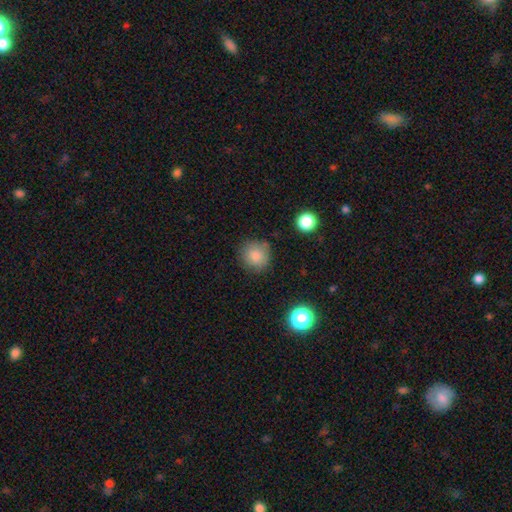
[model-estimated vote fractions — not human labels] A smooth galaxy with no disk features (84%) that is round (91%).

Vote fractions:
- Smooth or featured? smooth: 84% / star or artifact: 10% / featured or disk: 6%
- How rounded? round: 91% / in between: 8% / cigar-shaped: 1%
- Merging? none: 81% / minor disturbance: 13% / major disturbance: 4% / merger: 3%